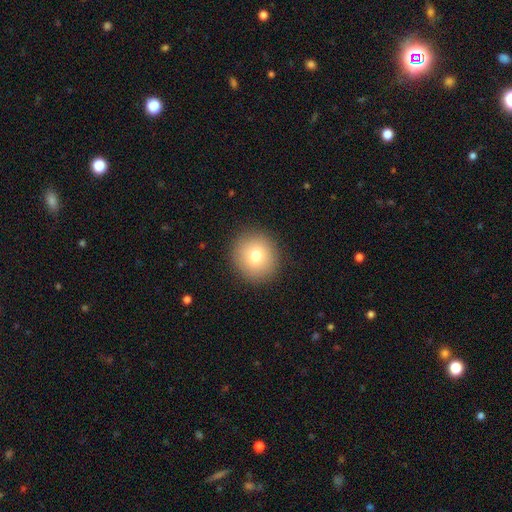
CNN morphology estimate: Smooth or featured? smooth (78%)
How rounded? round (92%)
Merging? none (91%)